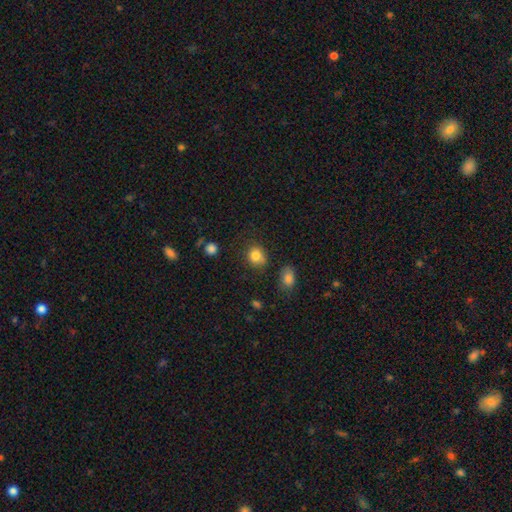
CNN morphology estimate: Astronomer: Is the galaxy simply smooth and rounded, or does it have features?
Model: smooth — 84%.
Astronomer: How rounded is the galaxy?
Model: round — 76%.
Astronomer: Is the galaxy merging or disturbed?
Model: none — 74%.